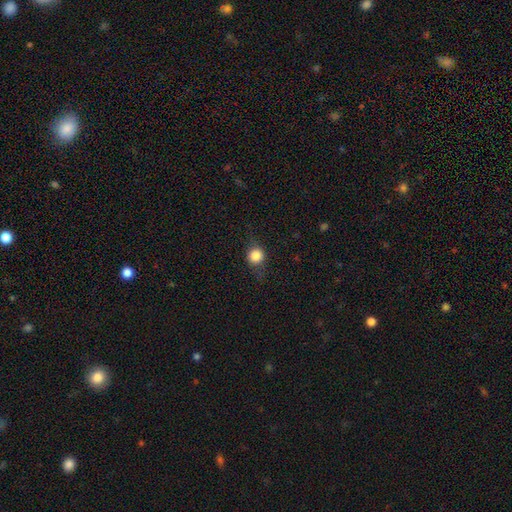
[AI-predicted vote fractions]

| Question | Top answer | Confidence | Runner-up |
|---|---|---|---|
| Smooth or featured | smooth | 79% | star or artifact (11%) |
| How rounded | round | 85% | in between (14%) |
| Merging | none | 75% | minor disturbance (18%) |